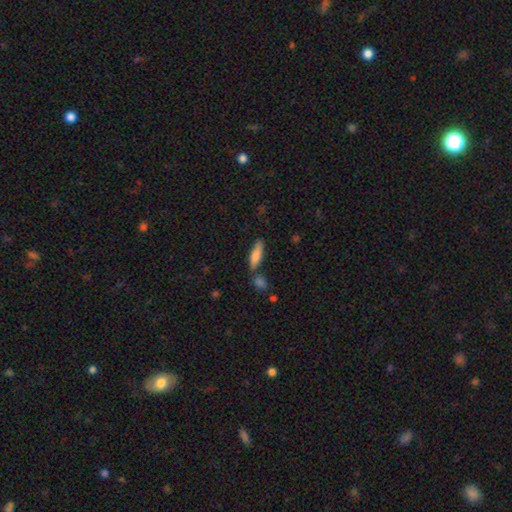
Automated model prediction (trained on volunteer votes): Q: Smooth or featured?
A: smooth (76%); runner-up: featured or disk (18%)
Q: How rounded?
A: cigar-shaped (63%); runner-up: in between (35%)
Q: Merging?
A: none (73%); runner-up: minor disturbance (14%)